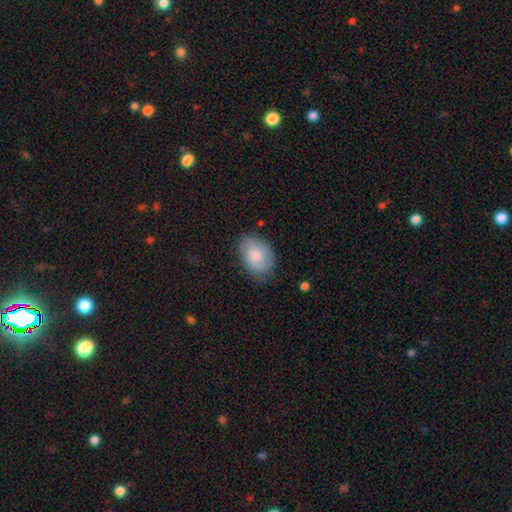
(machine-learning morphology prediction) smooth-or-featured: smooth: 75% | featured or disk: 18% | star or artifact: 6%
  how-rounded: in between: 83% | round: 16% | cigar-shaped: 1%
  merging: none: 76% | minor disturbance: 19% | major disturbance: 4% | merger: 1%